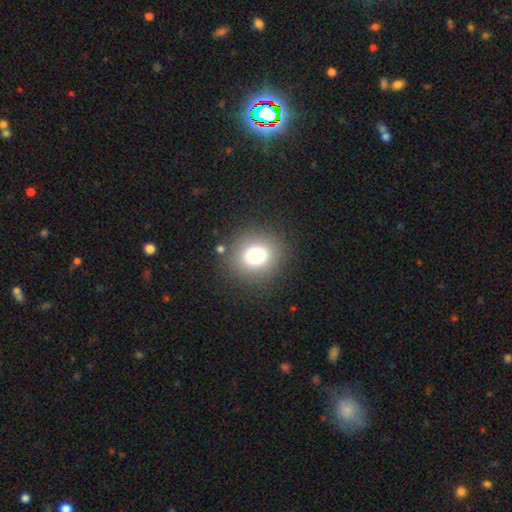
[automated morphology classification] smooth-or-featured: smooth: 76% | star or artifact: 15% | featured or disk: 10%
  how-rounded: round: 83% | in between: 16% | cigar-shaped: 1%
  merging: none: 86% | minor disturbance: 8% | major disturbance: 4% | merger: 3%